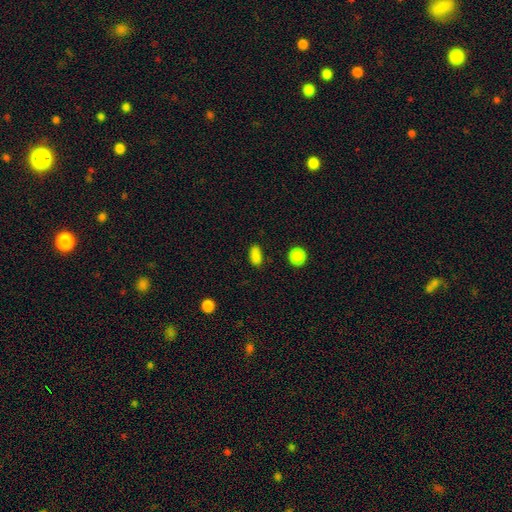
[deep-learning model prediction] Smooth or featured? smooth (84%)
How rounded? in between (86%)
Merging? none (80%)